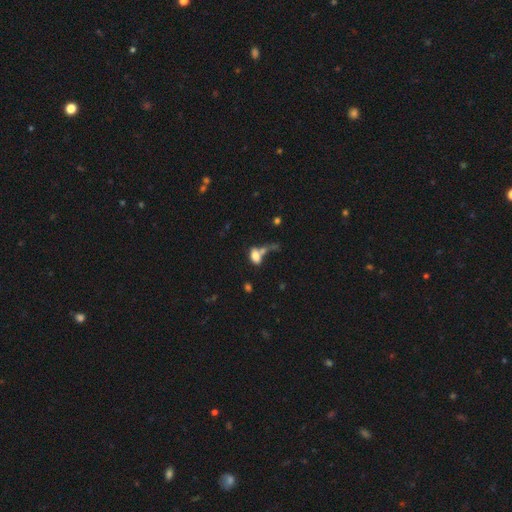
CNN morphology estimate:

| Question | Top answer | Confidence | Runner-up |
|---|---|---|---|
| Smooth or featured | smooth | 75% | featured or disk (14%) |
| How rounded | in between | 85% | round (10%) |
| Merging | merger | 41% | none (29%) |